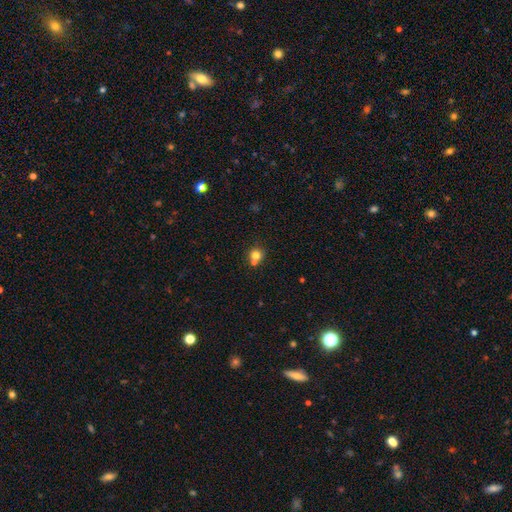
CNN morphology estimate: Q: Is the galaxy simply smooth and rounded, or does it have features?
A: smooth — 78%.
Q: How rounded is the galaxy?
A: round — 90%.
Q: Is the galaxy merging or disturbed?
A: none — 59%.